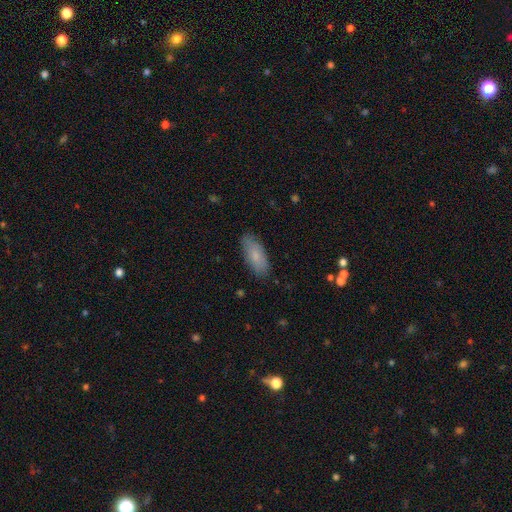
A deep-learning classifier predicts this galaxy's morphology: This appears to be a smooth galaxy with no disk features (80%) that is in between round and cigar-shaped (81%). Merging: none (85%).